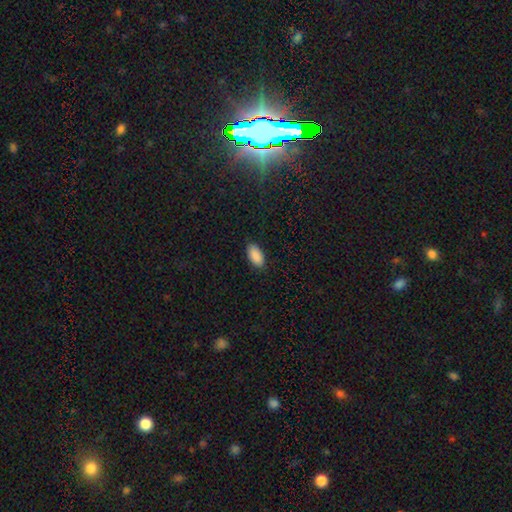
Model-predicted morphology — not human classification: The model was most divided on "merging": none: 88%, minor disturbance: 9%, major disturbance: 2%, merger: 1%. More confident: how rounded — in between (93%); smooth or featured — smooth (90%).